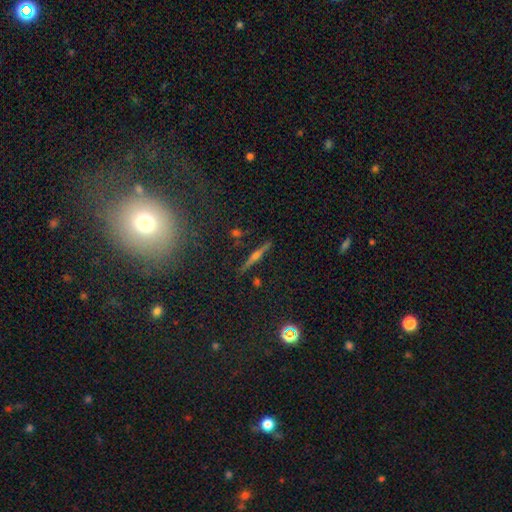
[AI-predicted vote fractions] Smooth or featured?
  - featured or disk: 73% *
  - smooth: 16%
  - star or artifact: 12%
Edge-on disk?
  - yes: 97% *
  - no: 3%
Edge-on bulge?
  - rounded: 88% *
  - none: 6%
  - boxy: 6%
Merging?
  - none: 89% *
  - minor disturbance: 7%
  - merger: 2%
  - major disturbance: 2%